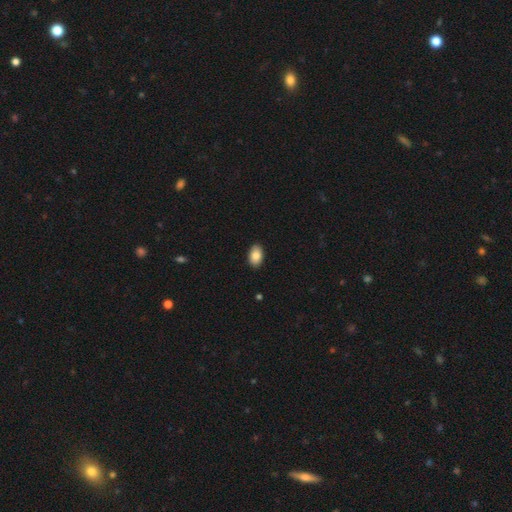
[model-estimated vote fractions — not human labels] Overall: smooth (86%). How rounded: in between (92%). Merging: none (90%).